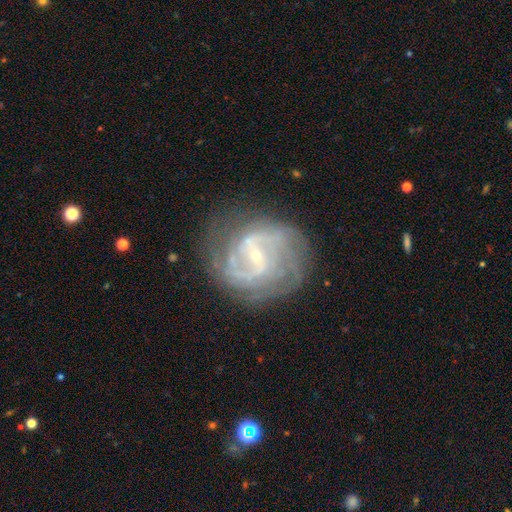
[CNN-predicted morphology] smooth_or_featured: featured or disk (p=0.87) [alt: smooth p=0.07]
disk_edge_on: no (p=0.98) [alt: yes p=0.02]
bar: weak (p=0.49) [alt: strong p=0.27]
has_spiral_arms: yes (p=0.94) [alt: no p=0.06]
spiral_winding: medium (p=0.44) [alt: tight p=0.42]
spiral_arm_count: 2 (p=0.44) [alt: can't tell p=0.25]
bulge_size: small (p=0.81) [alt: moderate p=0.15]
merging: none (p=0.71) [alt: minor disturbance p=0.17]